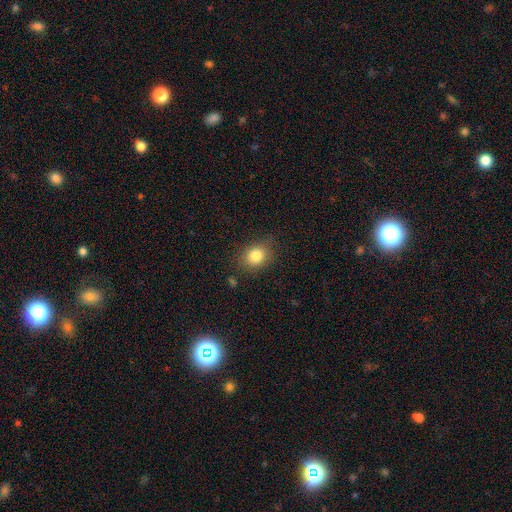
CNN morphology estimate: Q: Smooth or featured?
A: smooth (82%); runner-up: star or artifact (11%)
Q: How rounded?
A: round (57%); runner-up: in between (42%)
Q: Merging?
A: none (81%); runner-up: minor disturbance (13%)